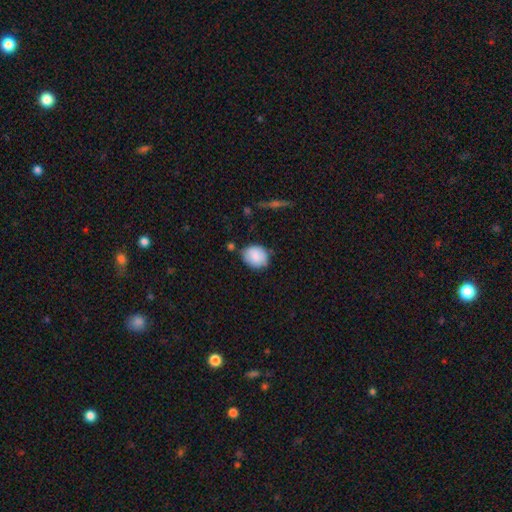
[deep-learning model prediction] Q: Smooth or featured?
A: smooth (86%); runner-up: star or artifact (7%)
Q: How rounded?
A: round (65%); runner-up: in between (34%)
Q: Merging?
A: none (71%); runner-up: minor disturbance (20%)